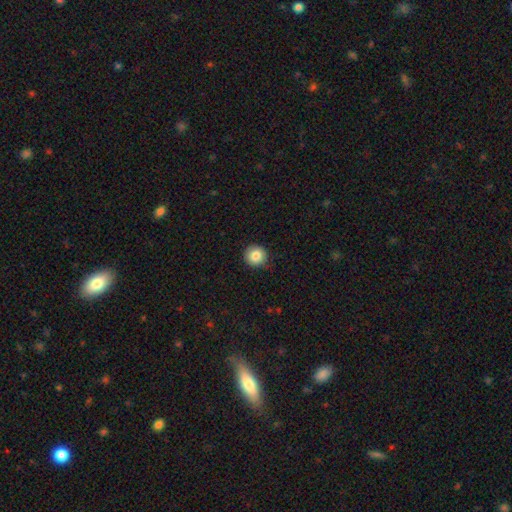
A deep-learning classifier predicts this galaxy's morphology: Smooth or featured? Predicted: smooth (p=0.85). How rounded? Predicted: round (p=0.94). Merging? Predicted: none (p=0.89).